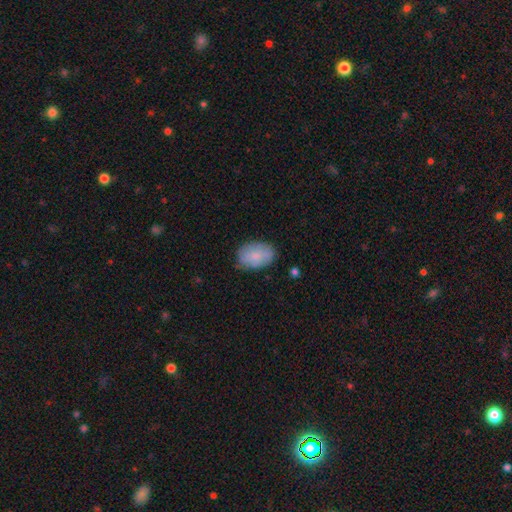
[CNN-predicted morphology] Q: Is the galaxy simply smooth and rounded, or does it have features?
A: smooth — 79%.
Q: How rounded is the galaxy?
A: in between — 86%.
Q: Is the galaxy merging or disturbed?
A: none — 72%.